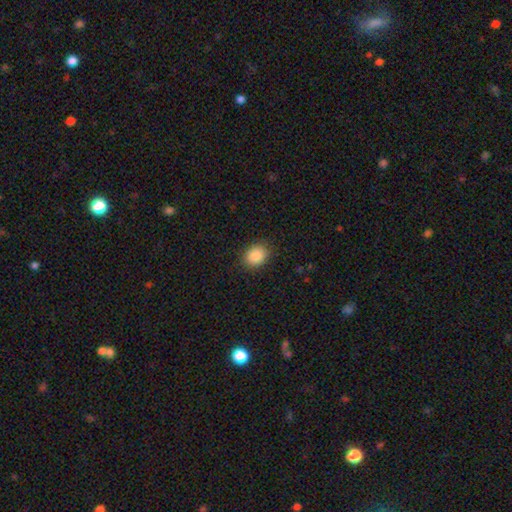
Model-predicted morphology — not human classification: Q: Smooth or featured?
A: smooth (87%); runner-up: star or artifact (8%)
Q: How rounded?
A: in between (51%); runner-up: round (48%)
Q: Merging?
A: none (88%); runner-up: minor disturbance (9%)